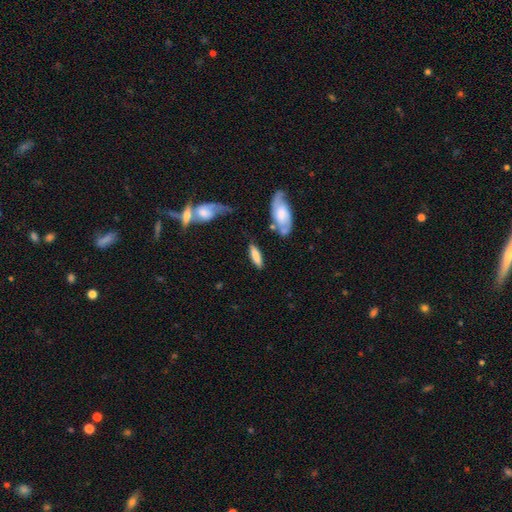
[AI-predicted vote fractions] A smooth galaxy with no disk features (73%) that is cigar-shaped (52%).

Vote fractions:
- Smooth or featured? smooth: 73% / featured or disk: 20% / star or artifact: 6%
- How rounded? cigar-shaped: 52% / in between: 46% / round: 2%
- Merging? none: 69% / minor disturbance: 18% / merger: 7% / major disturbance: 6%